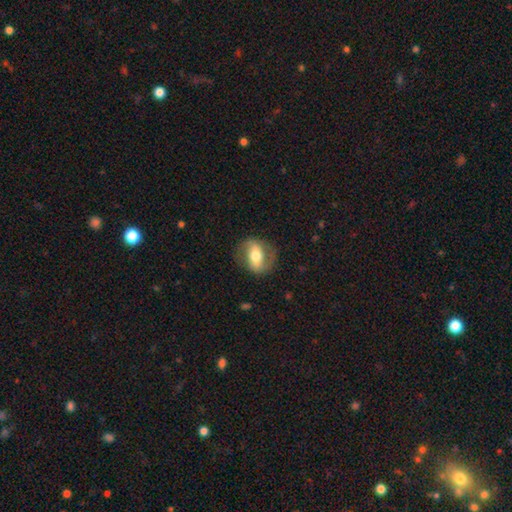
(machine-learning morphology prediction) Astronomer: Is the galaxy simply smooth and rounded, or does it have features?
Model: featured or disk — 64%.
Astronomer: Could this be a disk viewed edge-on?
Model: no — 92%.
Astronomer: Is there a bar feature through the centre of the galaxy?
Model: strong — 47% (runner-up: weak, 31%).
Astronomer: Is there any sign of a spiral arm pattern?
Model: yes — 76%.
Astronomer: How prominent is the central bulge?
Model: moderate — 67%.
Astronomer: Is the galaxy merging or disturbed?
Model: none — 78%.